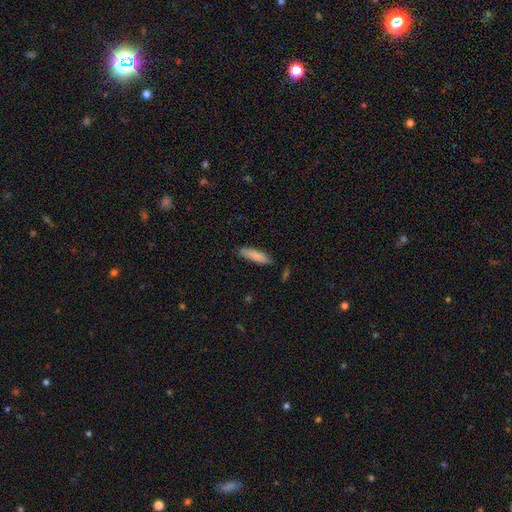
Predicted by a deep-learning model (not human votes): smooth-or-featured: smooth: 86% | featured or disk: 8% | star or artifact: 6%
  how-rounded: cigar-shaped: 70% | in between: 29% | round: 1%
  merging: none: 84% | minor disturbance: 12% | major disturbance: 2% | merger: 2%